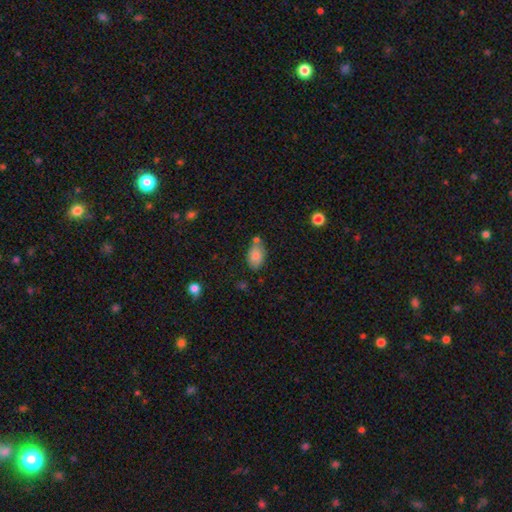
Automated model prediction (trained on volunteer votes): This appears to be a smooth galaxy with no disk features (80%) that is in between round and cigar-shaped (92%). Merging: none (67%).